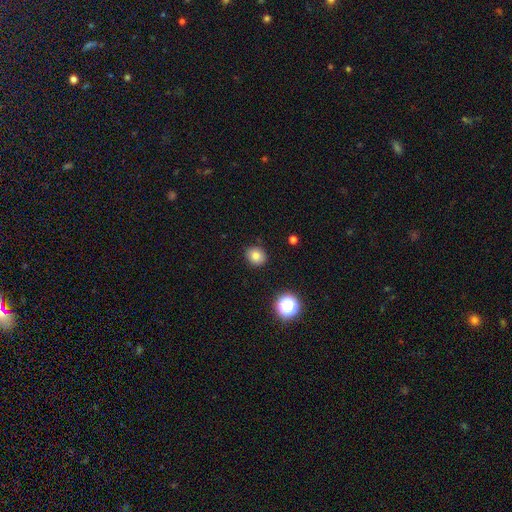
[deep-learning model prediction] Smooth or featured? Predicted: smooth (p=0.80). How rounded? Predicted: round (p=0.75). Merging? Predicted: none (p=0.89).